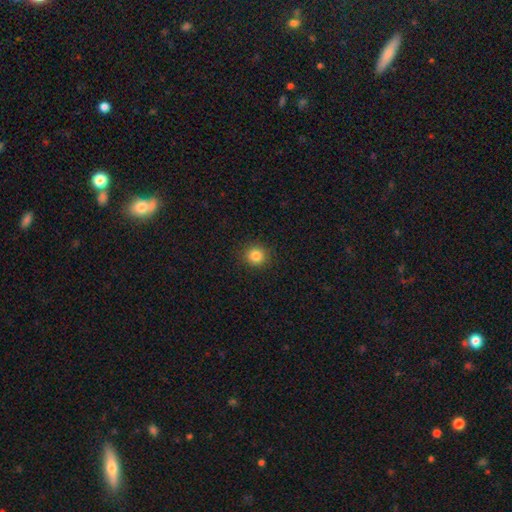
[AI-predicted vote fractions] Morphology: type=smooth (84%); roundness=round (91%); merging=none (91%).